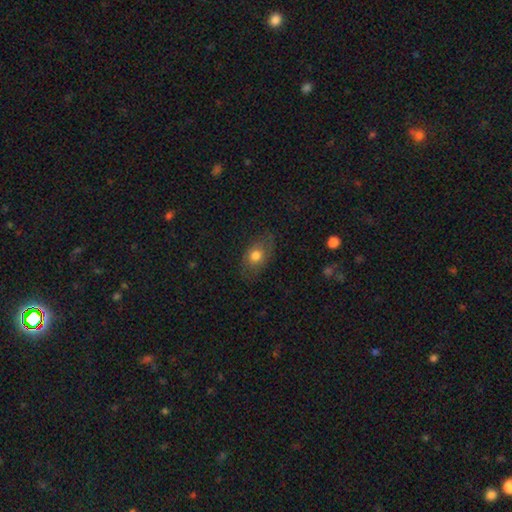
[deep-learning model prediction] smooth 71%, featured or disk 19%, star or artifact 10%. Down the decision tree: how rounded — in between (73%); merging — none (72%).